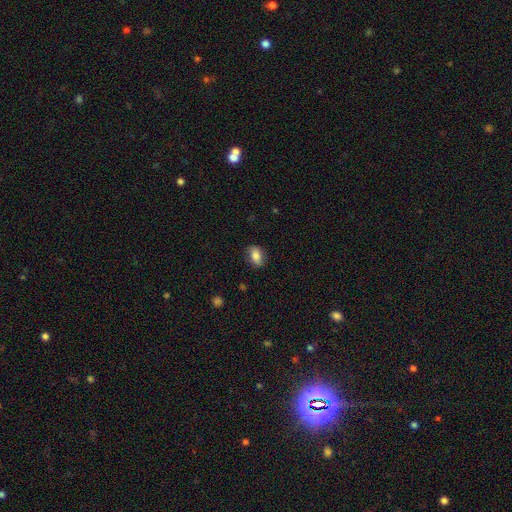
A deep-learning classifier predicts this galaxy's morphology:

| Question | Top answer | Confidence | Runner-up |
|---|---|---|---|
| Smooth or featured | smooth | 79% | featured or disk (13%) |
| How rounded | in between | 82% | round (16%) |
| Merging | none | 82% | minor disturbance (14%) |